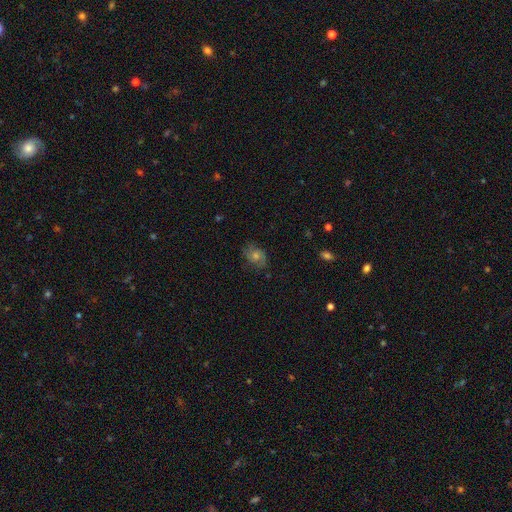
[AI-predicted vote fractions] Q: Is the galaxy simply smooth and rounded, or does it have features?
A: featured or disk — 42%.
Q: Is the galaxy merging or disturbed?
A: none — 78%.